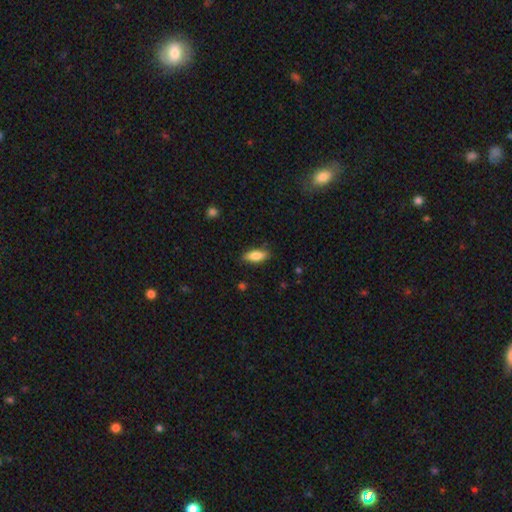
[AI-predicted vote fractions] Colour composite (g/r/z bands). It shows a smooth galaxy with no disk features (82%) that is in between round and cigar-shaped (77%). Merging: none (83%).